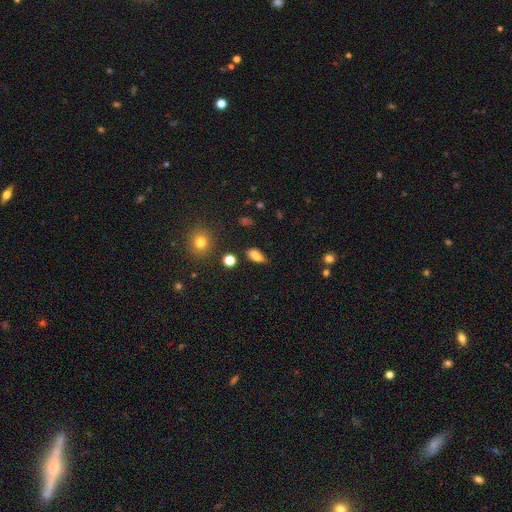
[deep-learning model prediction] smooth 74%, star or artifact 15%, featured or disk 11%. Down the decision tree: how rounded — in between (78%); merging — none (50%).